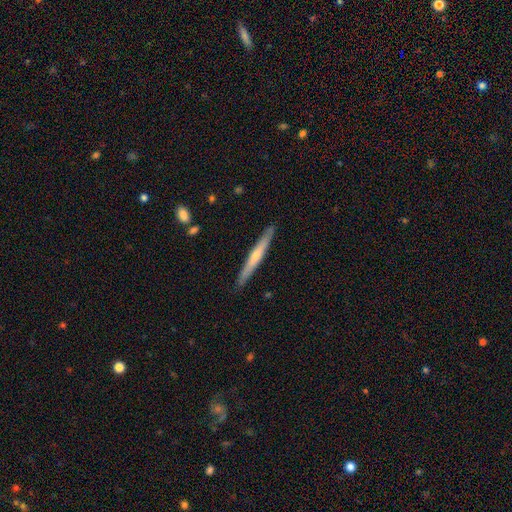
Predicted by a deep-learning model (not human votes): smooth_or_featured: featured or disk (p=0.54) [alt: smooth p=0.41]
disk_edge_on: yes (p=0.96) [alt: no p=0.04]
edge_on_bulge: rounded (p=0.55) [alt: none p=0.41]
merging: none (p=0.90) [alt: minor disturbance p=0.08]